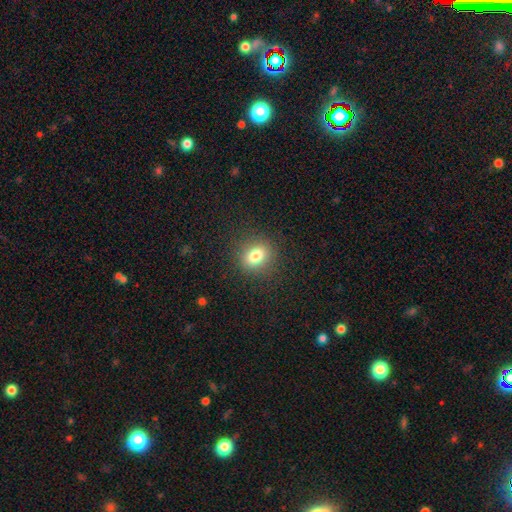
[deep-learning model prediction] Smooth or featured?
  - smooth: 80% *
  - star or artifact: 12%
  - featured or disk: 8%
How rounded?
  - round: 55% *
  - in between: 43%
  - cigar-shaped: 1%
Merging?
  - none: 88% *
  - minor disturbance: 8%
  - major disturbance: 3%
  - merger: 1%